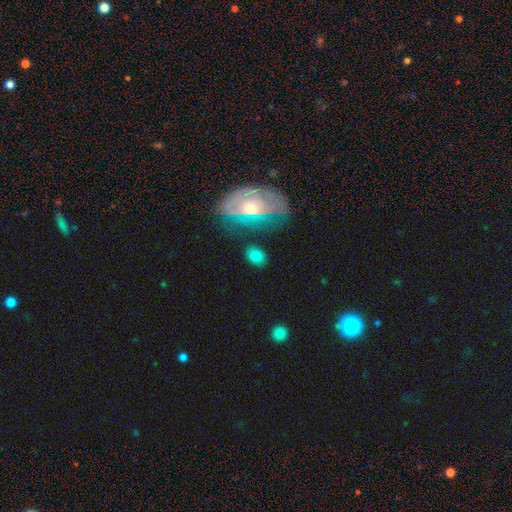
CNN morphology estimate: This is likely a smooth galaxy (73%). How rounded: likely in between (65%). Merging: likely none (78%).